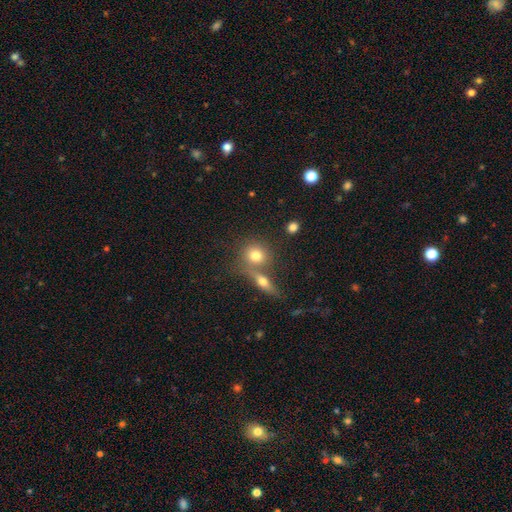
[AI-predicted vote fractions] smooth 74%, featured or disk 16%, star or artifact 10%. Down the decision tree: how rounded — round (76%); merging — none (52%).